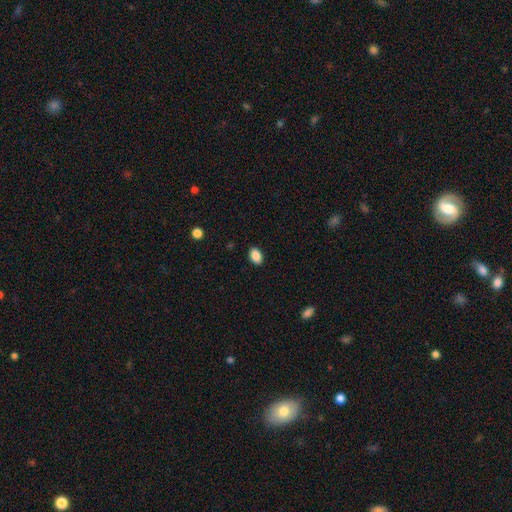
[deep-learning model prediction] A smooth galaxy with no disk features (89%) that is in between round and cigar-shaped (86%).

Vote fractions:
- Smooth or featured? smooth: 89% / star or artifact: 8% / featured or disk: 3%
- How rounded? in between: 86% / round: 13% / cigar-shaped: 1%
- Merging? none: 89% / minor disturbance: 8% / major disturbance: 2% / merger: 1%